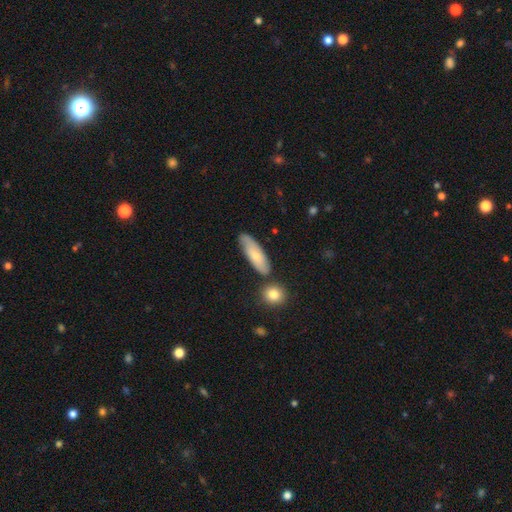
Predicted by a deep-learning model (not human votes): Smooth or featured? Predicted: smooth (p=0.66). How rounded? Predicted: in between (p=0.54). Merging? Predicted: none (p=0.69).